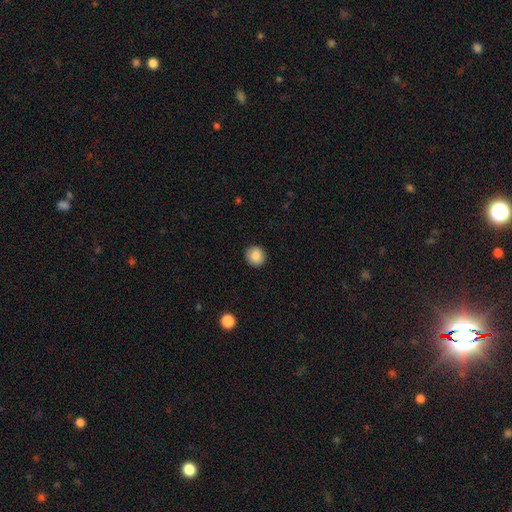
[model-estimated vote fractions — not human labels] Smooth or featured? smooth (87%)
How rounded? round (87%)
Merging? none (90%)